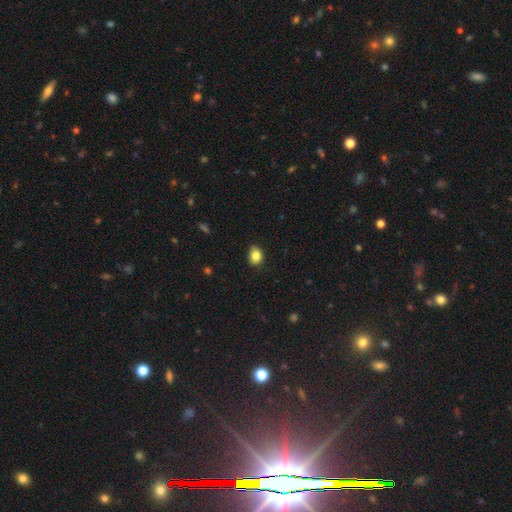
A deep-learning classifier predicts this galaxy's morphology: type=smooth (84%); roundness=in between (53%); merging=none (81%).